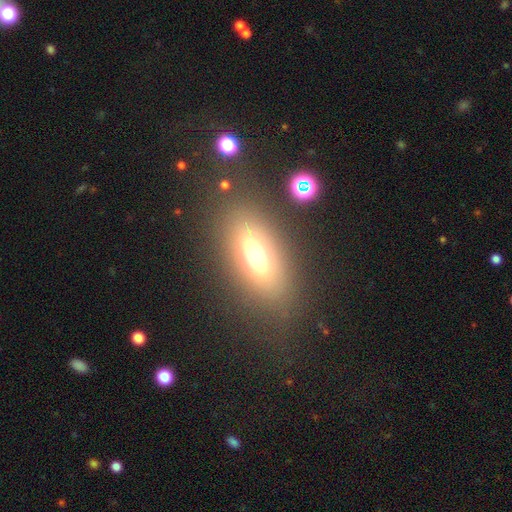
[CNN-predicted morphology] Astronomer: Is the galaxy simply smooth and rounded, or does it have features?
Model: smooth — 63%.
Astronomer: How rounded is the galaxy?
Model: in between — 77%.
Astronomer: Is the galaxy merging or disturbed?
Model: none — 81%.